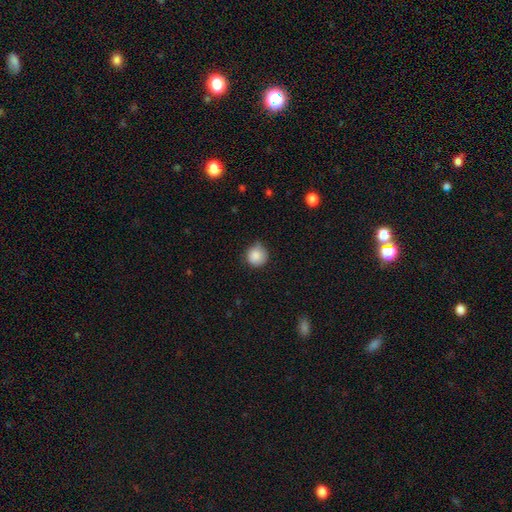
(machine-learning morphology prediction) smooth 87%, star or artifact 8%, featured or disk 5%. Down the decision tree: how rounded — round (93%); merging — none (67%).